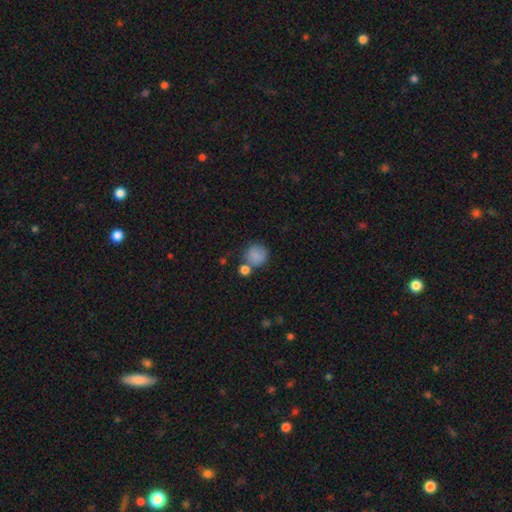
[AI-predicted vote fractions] Smooth or featured? Predicted: smooth (p=0.83). How rounded? Predicted: round (p=0.87). Merging? Predicted: none (p=0.59).